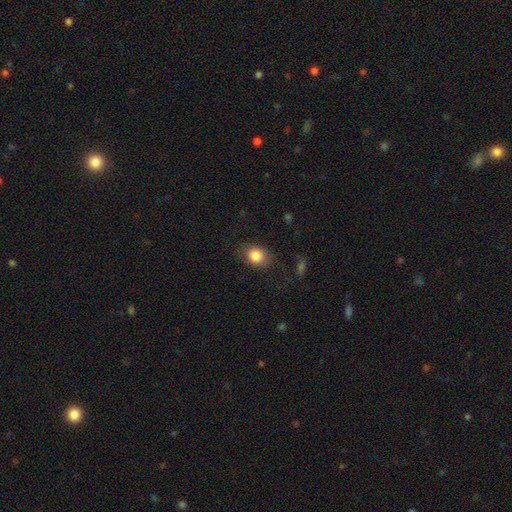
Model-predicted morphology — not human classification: Overall: smooth (84%). How rounded: in between (54%; round 45%). Merging: none (78%).